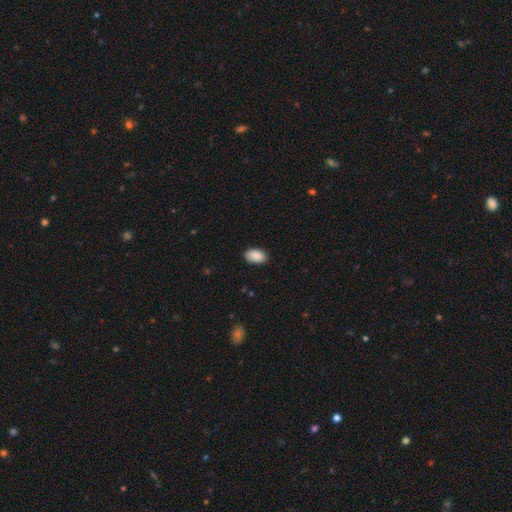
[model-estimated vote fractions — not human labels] A smooth galaxy with no disk features (90%) that is in between round and cigar-shaped (92%). Merging: none (87%).